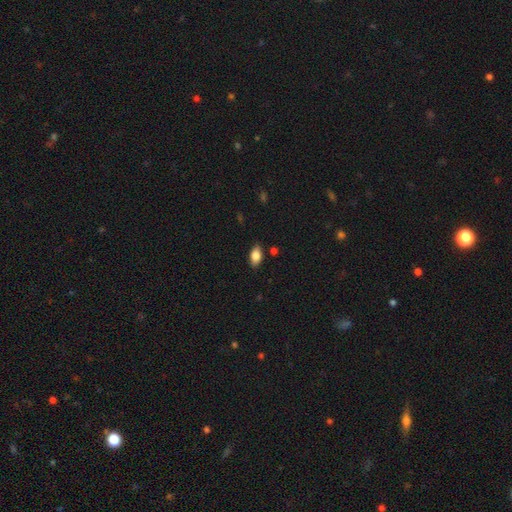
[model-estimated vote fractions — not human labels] smooth-or-featured: smooth: 82% | featured or disk: 11% | star or artifact: 8%
  how-rounded: in between: 91% | round: 5% | cigar-shaped: 4%
  merging: none: 85% | minor disturbance: 11% | major disturbance: 2% | merger: 2%